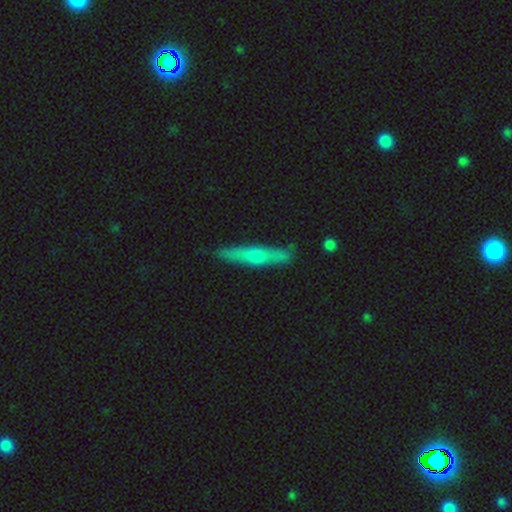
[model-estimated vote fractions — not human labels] Overall: featured or disk (51%; smooth 43%). Edge-on disk: yes (92%). Merging: none (86%).